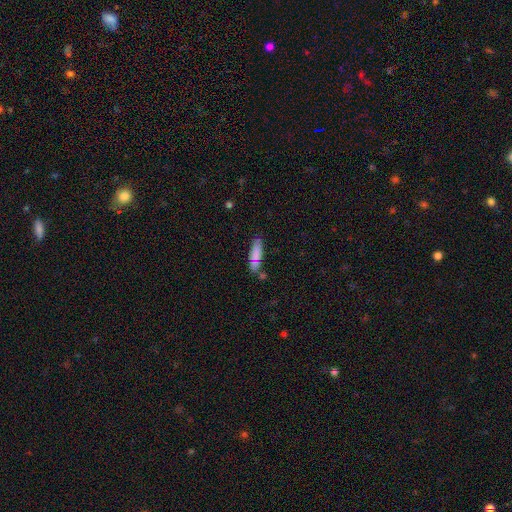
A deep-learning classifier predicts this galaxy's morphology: Smooth or featured? smooth (79%)
How rounded? cigar-shaped (57%)
Merging? none (65%)